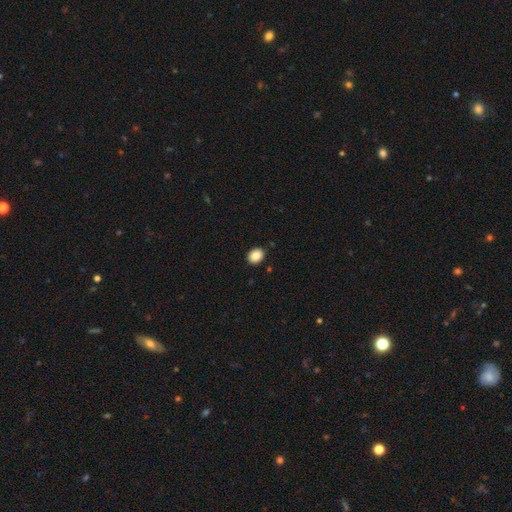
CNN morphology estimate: Smooth or featured? smooth (88%)
How rounded? in between (56%)
Merging? none (90%)